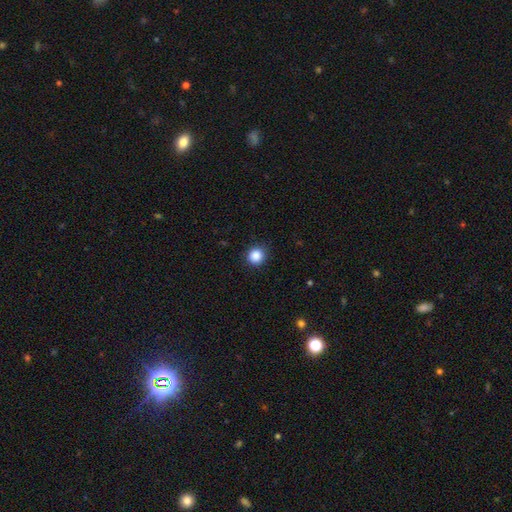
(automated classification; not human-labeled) This is clearly a smooth galaxy (87%). How rounded: clearly round (93%). Merging: clearly none (90%).